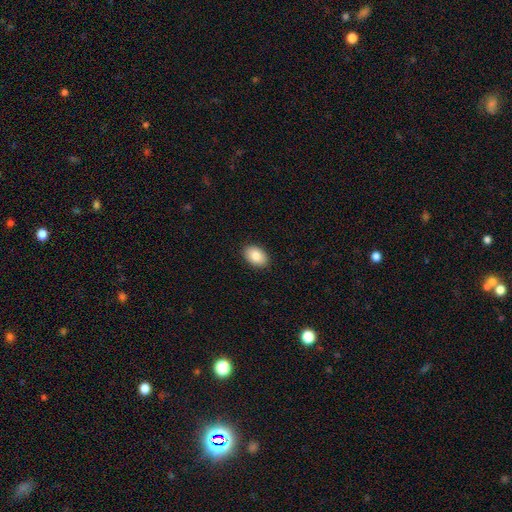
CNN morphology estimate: A smooth galaxy with no disk features (86%) that is in between round and cigar-shaped (86%). Merging: none (90%).